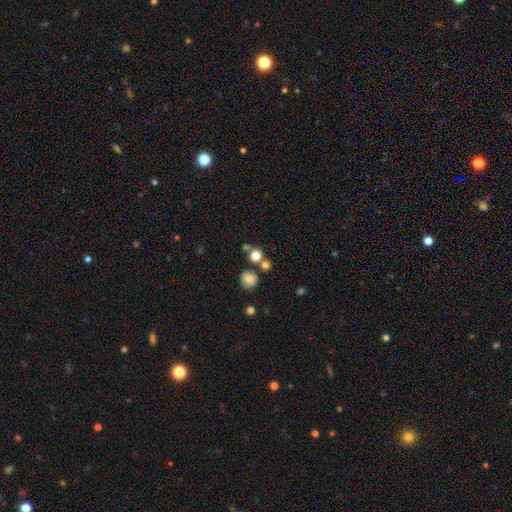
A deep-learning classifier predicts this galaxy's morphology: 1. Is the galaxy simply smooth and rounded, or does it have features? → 79% smooth, 13% star or artifact, 8% featured or disk.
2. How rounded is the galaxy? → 85% round, 14% in between, 1% cigar-shaped.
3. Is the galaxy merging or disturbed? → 60% none, 26% merger, 9% minor disturbance, 4% major disturbance.